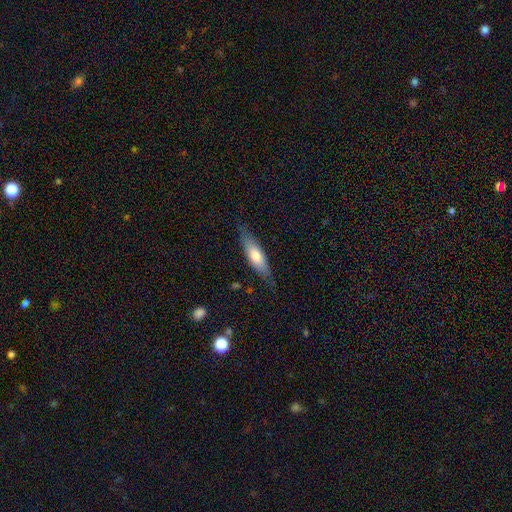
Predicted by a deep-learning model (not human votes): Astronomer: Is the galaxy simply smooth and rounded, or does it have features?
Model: smooth — 64%.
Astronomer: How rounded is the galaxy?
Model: cigar-shaped — 58% (runner-up: in between, 41%).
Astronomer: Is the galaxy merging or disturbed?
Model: none — 77%.